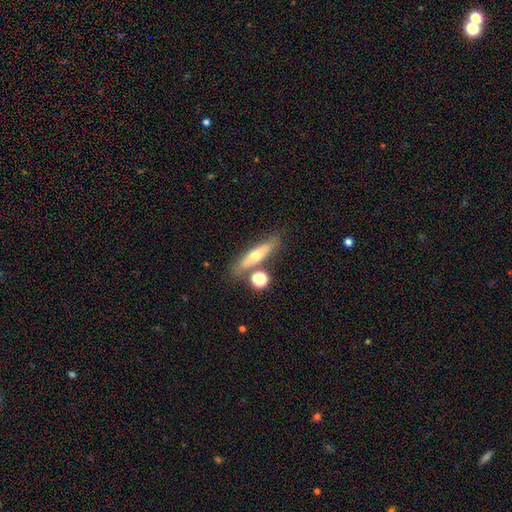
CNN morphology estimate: Smooth or featured? smooth (48%)
Merging? none (69%)